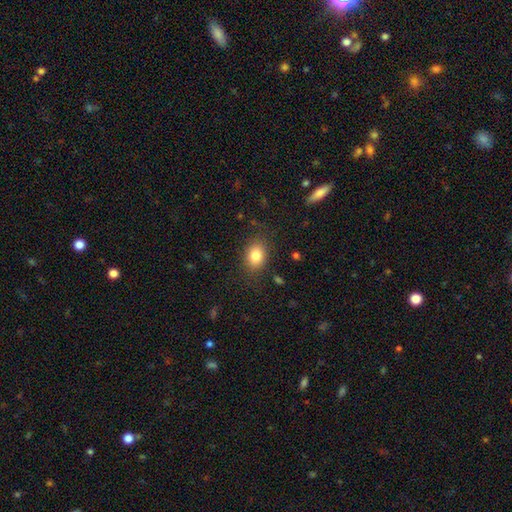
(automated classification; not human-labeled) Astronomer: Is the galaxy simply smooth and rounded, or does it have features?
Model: smooth — 82%.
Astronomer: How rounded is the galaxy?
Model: in between — 63%.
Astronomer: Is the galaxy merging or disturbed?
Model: none — 82%.